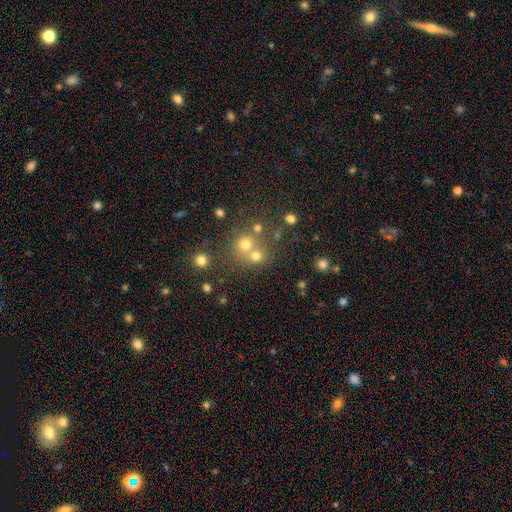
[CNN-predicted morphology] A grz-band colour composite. It shows a smooth galaxy with no disk features (69%) that is round (83%). Merging: none (50%).